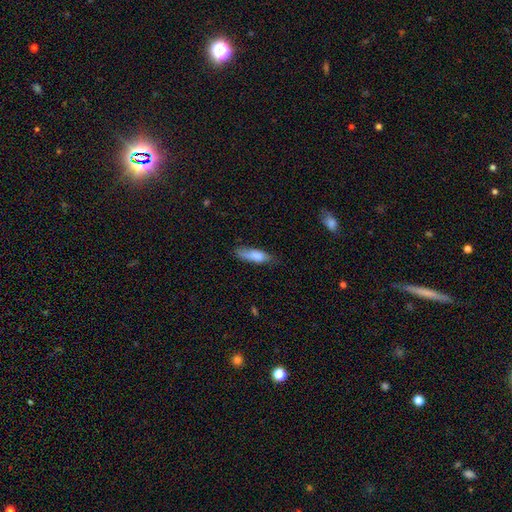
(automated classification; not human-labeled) This appears to be a smooth galaxy with no disk features (79%) that is cigar-shaped (51%). Merging: none (62%).